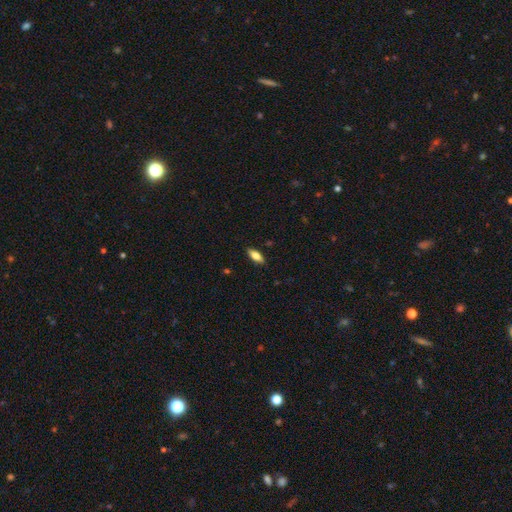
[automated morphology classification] smooth-or-featured: smooth: 73% | featured or disk: 21% | star or artifact: 7%
  how-rounded: in between: 73% | cigar-shaped: 24% | round: 2%
  merging: none: 88% | minor disturbance: 9% | major disturbance: 2% | merger: 1%